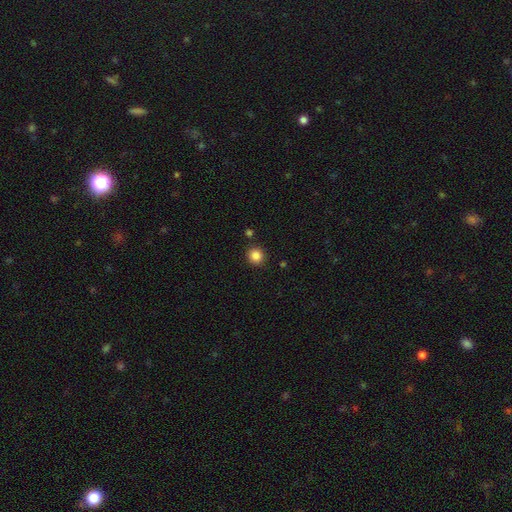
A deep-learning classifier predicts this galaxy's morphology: Smooth or featured? smooth (86%)
How rounded? round (92%)
Merging? none (89%)